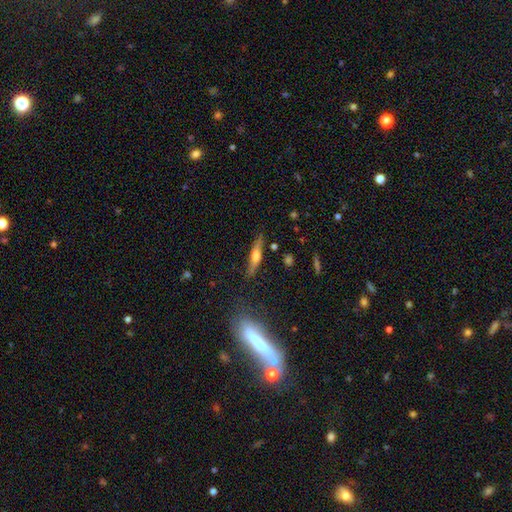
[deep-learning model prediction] smooth-or-featured: featured or disk: 49% | smooth: 43% | star or artifact: 8%
  merging: none: 81% | minor disturbance: 13% | major disturbance: 3% | merger: 3%